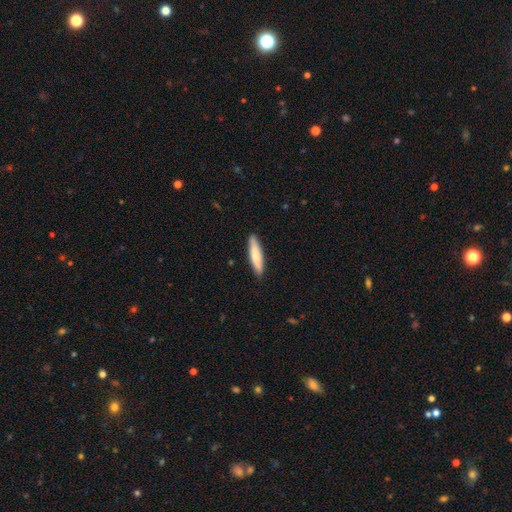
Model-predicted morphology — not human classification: smooth_or_featured: smooth (p=0.76) [alt: featured or disk p=0.19]
how_rounded: cigar-shaped (p=0.83) [alt: in between p=0.16]
merging: none (p=0.89) [alt: minor disturbance p=0.08]